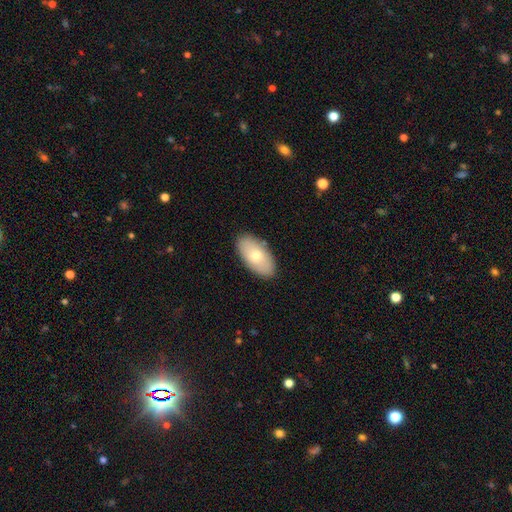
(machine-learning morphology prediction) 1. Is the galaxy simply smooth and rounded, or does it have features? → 71% smooth, 23% featured or disk, 6% star or artifact.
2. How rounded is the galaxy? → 94% in between, 3% round, 3% cigar-shaped.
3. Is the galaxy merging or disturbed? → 88% none, 9% minor disturbance, 2% major disturbance, 1% merger.